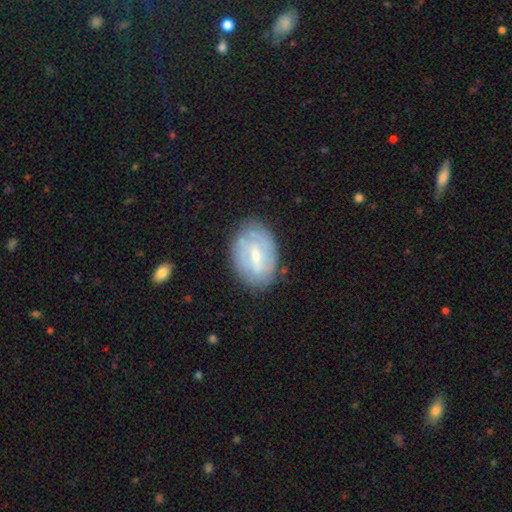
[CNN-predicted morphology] Q: Smooth or featured?
A: featured or disk (63%); runner-up: smooth (31%)
Q: Edge-on disk?
A: no (96%); runner-up: yes (4%)
Q: Bar?
A: weak (57%); runner-up: strong (25%)
Q: Spiral arms?
A: yes (69%); runner-up: no (31%)
Q: Bulge size?
A: small (50%); runner-up: moderate (41%)
Q: Merging?
A: none (75%); runner-up: minor disturbance (18%)